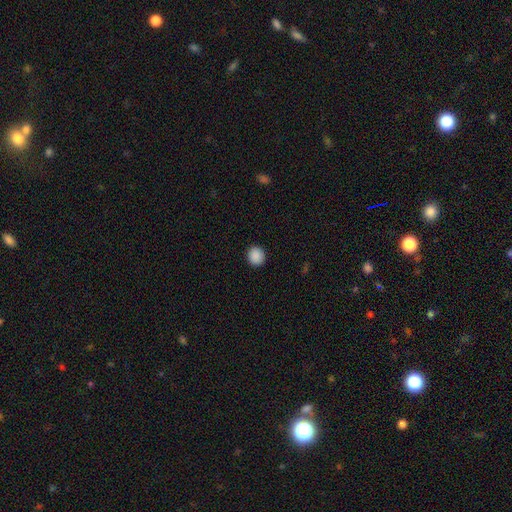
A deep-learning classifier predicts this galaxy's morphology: Smooth or featured? smooth (90%)
How rounded? round (85%)
Merging? none (92%)